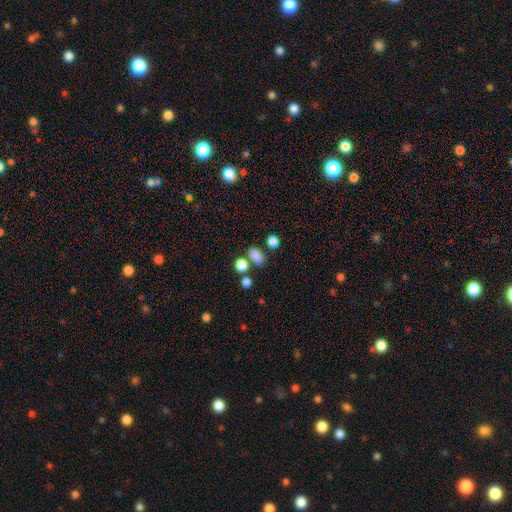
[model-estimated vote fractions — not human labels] smooth 83%, star or artifact 13%, featured or disk 4%. Down the decision tree: how rounded — in between (76%); merging — none (70%).